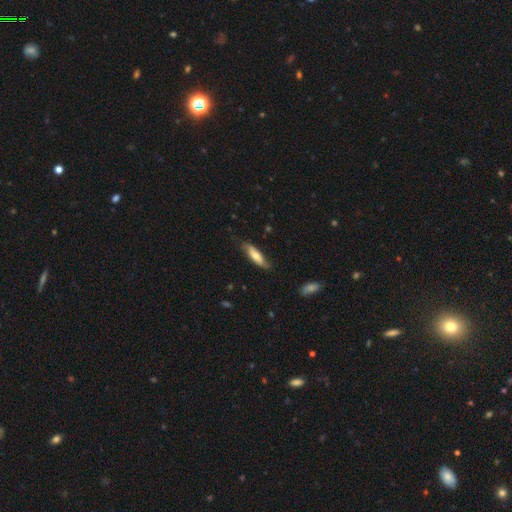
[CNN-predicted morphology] A smooth galaxy with no disk features (62%) that is cigar-shaped (60%). Merging: none (70%).